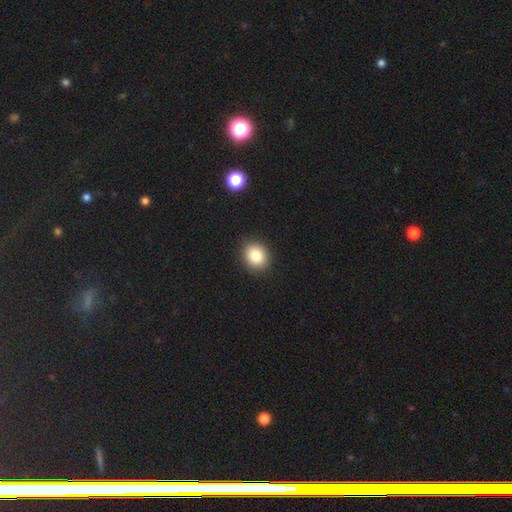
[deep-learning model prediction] Smooth or featured? smooth (84%)
How rounded? round (68%)
Merging? none (90%)